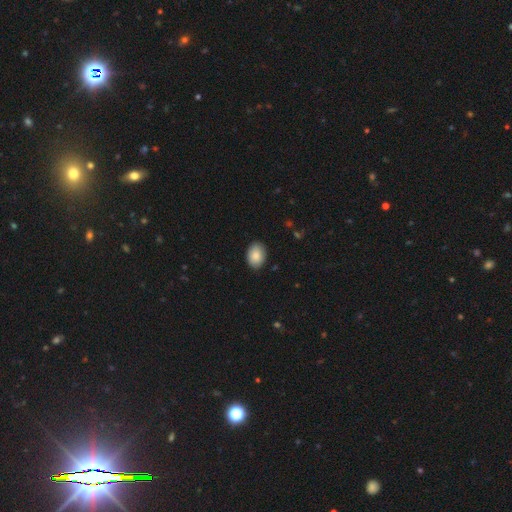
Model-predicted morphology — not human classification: Smooth or featured? Predicted: smooth (p=0.87). How rounded? Predicted: in between (p=0.83). Merging? Predicted: none (p=0.86).